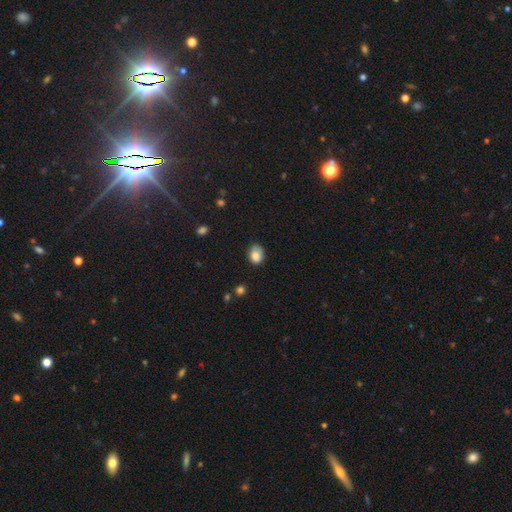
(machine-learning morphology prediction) type=smooth (82%); roundness=in between (64%); merging=none (63%).